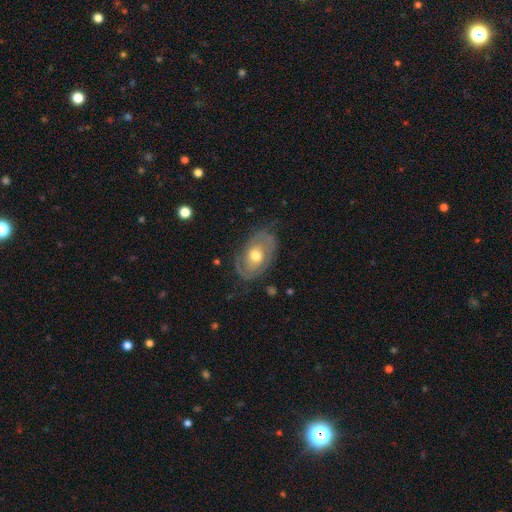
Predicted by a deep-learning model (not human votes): Smooth or featured?
  - featured or disk: 67% *
  - smooth: 27%
  - star or artifact: 6%
Edge-on disk?
  - no: 94% *
  - yes: 6%
Bar?
  - no: 74% *
  - weak: 21%
  - strong: 5%
Spiral arms?
  - yes: 68% *
  - no: 32%
Bulge size?
  - moderate: 76% *
  - small: 12%
  - large: 10%
  - dominant: 1%
  - none: 1%
Merging?
  - none: 66% *
  - minor disturbance: 22%
  - major disturbance: 10%
  - merger: 1%